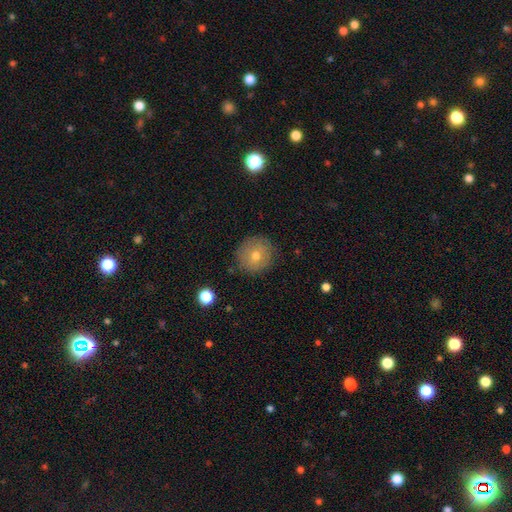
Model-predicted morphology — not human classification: Q: Smooth or featured?
A: smooth (68%); runner-up: featured or disk (20%)
Q: How rounded?
A: round (92%); runner-up: in between (7%)
Q: Merging?
A: none (87%); runner-up: minor disturbance (9%)